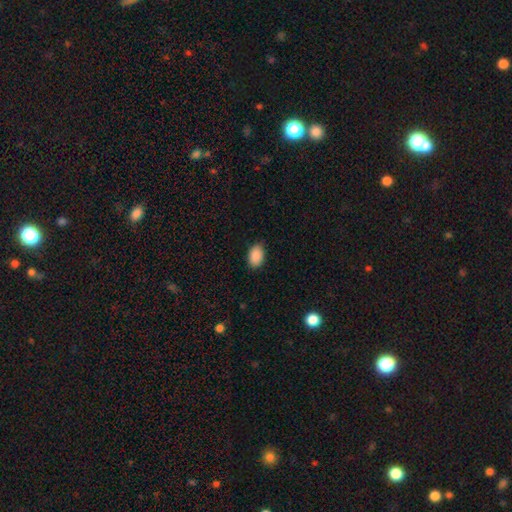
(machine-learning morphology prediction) smooth 90%, star or artifact 7%, featured or disk 3%. Down the decision tree: how rounded — in between (88%); merging — none (86%).